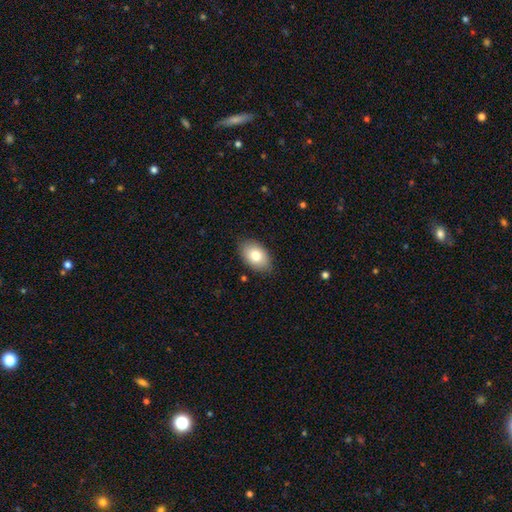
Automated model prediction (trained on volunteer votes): Smooth or featured: smooth — 80% (featured or disk — 13%)
How rounded: in between — 90% (round — 9%)
Merging: none — 84% (minor disturbance — 12%)